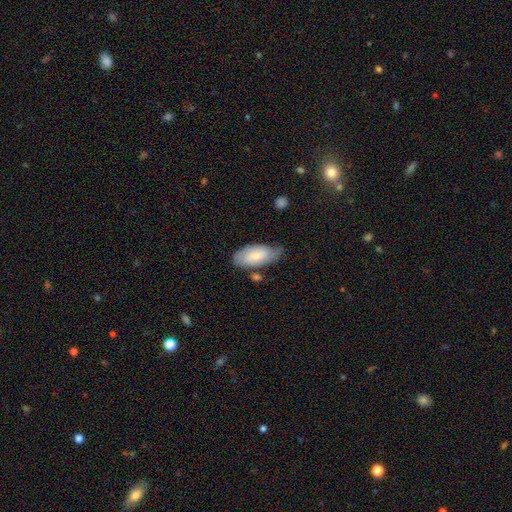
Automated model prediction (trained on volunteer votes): Overall: smooth (67%; featured or disk 27%). How rounded: in between (90%). Merging: none (59%; minor disturbance 28%).